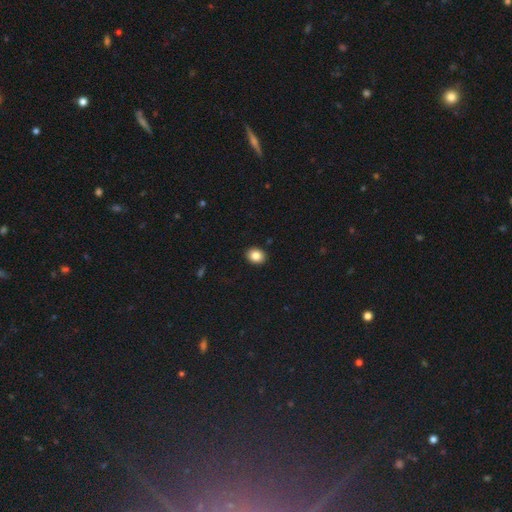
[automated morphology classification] The model was most divided on "how rounded": round: 53%, in between: 46%, cigar-shaped: 1%. More confident: merging — none (92%); smooth or featured — smooth (84%).